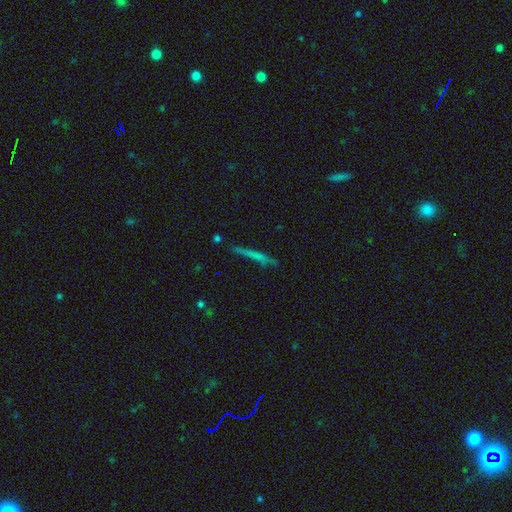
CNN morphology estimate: smooth-or-featured: smooth: 54% | featured or disk: 36% | star or artifact: 10%
  how-rounded: cigar-shaped: 94% | in between: 4% | round: 2%
  merging: none: 75% | minor disturbance: 17% | major disturbance: 5% | merger: 3%